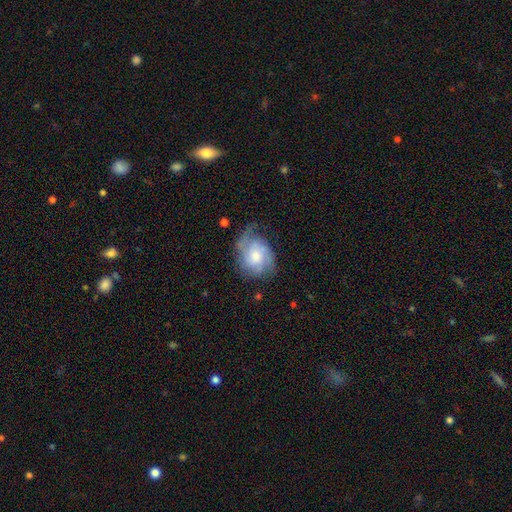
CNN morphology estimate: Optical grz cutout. It shows a featured or disk galaxy (66%) with no bar (72%), tight (44%) spiral arms (89%) and a moderate central bulge (50%). Merging: none (54%).